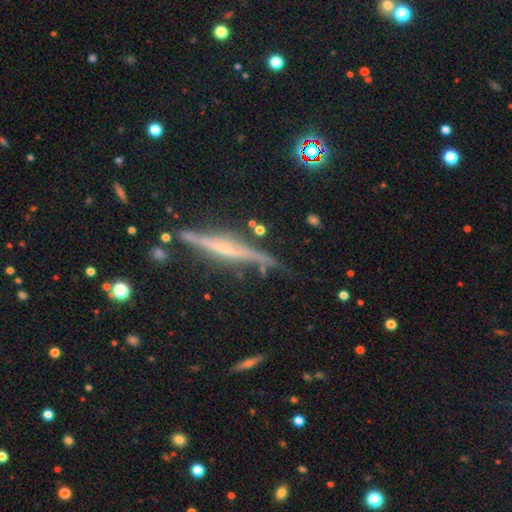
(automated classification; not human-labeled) Overall: featured or disk (79%). Edge-on disk: yes (96%). Edge-on bulge: rounded (55%; none 33%). Merging: none (79%).